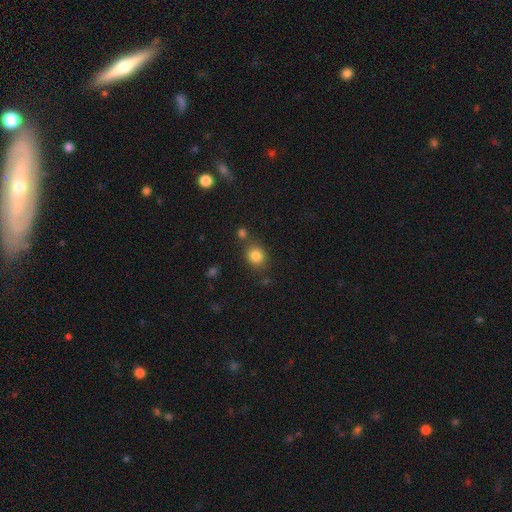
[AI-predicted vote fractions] Smooth or featured? smooth (83%)
How rounded? round (71%)
Merging? none (73%)